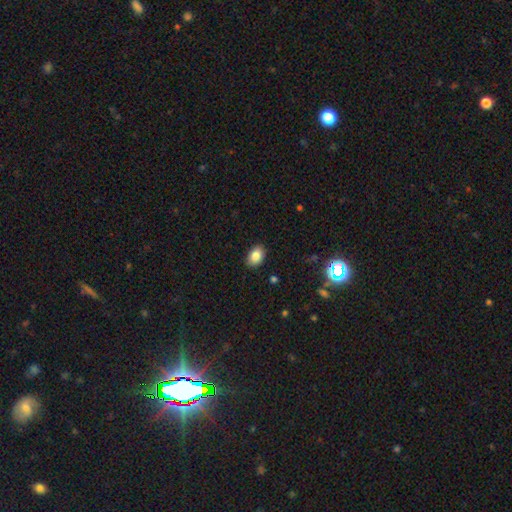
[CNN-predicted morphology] Smooth or featured? Predicted: smooth (p=0.85). How rounded? Predicted: in between (p=0.83). Merging? Predicted: none (p=0.86).